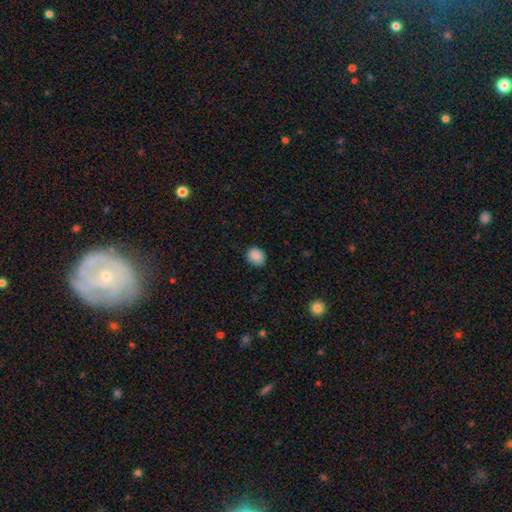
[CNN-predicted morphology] Smooth or featured: smooth — 88% (star or artifact — 9%)
How rounded: round — 63% (in between — 36%)
Merging: none — 84% (minor disturbance — 13%)